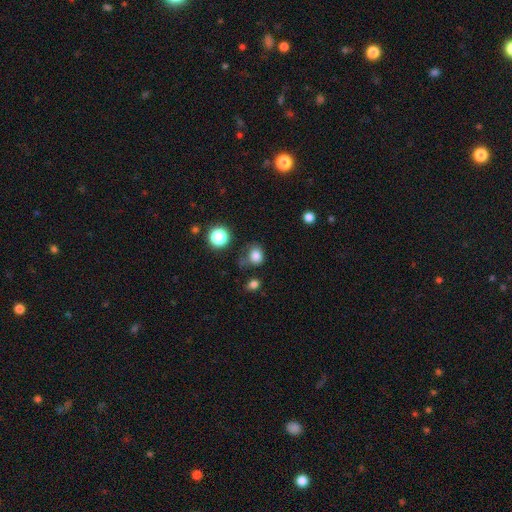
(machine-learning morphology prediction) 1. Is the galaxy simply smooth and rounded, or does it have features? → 80% smooth, 14% star or artifact, 6% featured or disk.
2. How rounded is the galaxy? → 61% round, 38% in between, 1% cigar-shaped.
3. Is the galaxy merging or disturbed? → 61% none, 23% minor disturbance, 9% major disturbance, 8% merger.